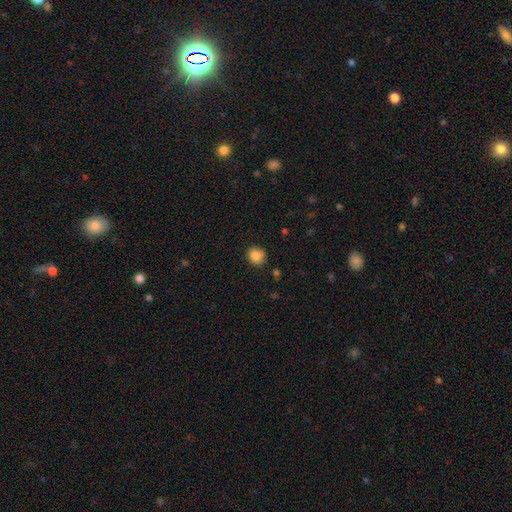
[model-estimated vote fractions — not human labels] This appears to be a smooth galaxy with no disk features (85%) that is round (82%). Merging: none (86%).